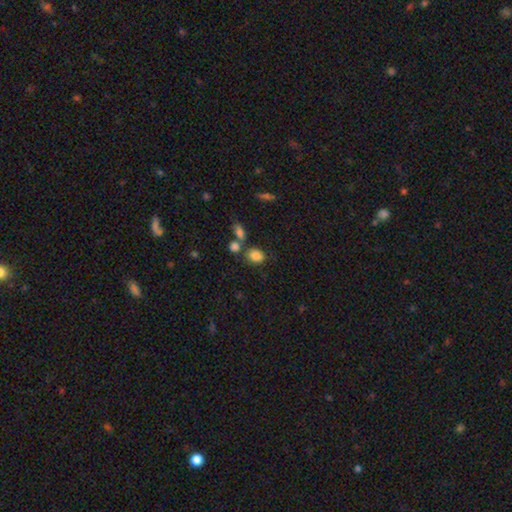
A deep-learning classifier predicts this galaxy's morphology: type=smooth (84%); roundness=in between (61%); merging=none (61%).